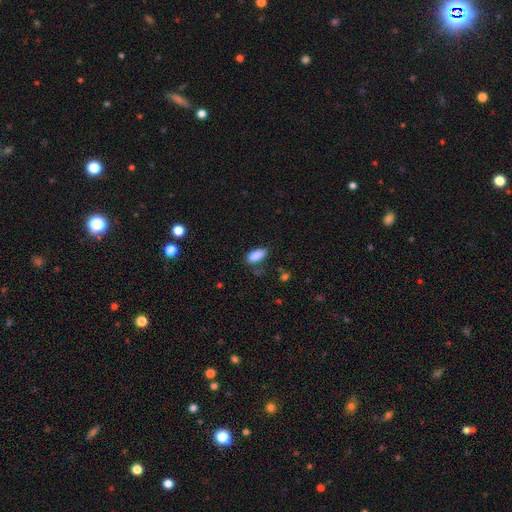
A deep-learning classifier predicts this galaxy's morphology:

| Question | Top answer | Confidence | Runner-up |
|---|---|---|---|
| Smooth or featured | smooth | 87% | star or artifact (8%) |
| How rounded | in between | 85% | cigar-shaped (12%) |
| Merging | none | 60% | minor disturbance (27%) |